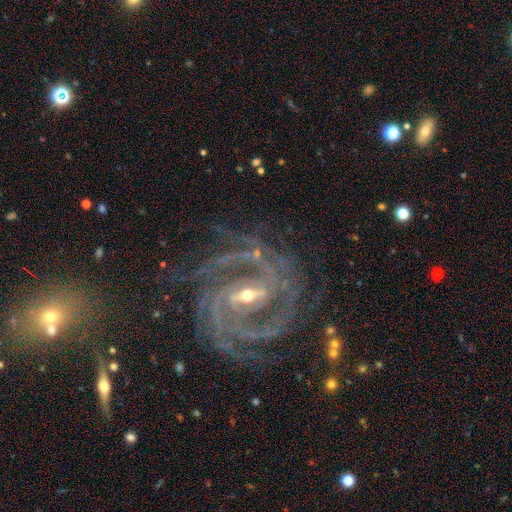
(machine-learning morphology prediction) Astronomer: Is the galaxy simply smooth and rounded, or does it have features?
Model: featured or disk — 92%.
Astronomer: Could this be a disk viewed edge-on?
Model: no — 97%.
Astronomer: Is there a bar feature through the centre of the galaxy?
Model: strong — 60%.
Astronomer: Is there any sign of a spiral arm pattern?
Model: yes — 99%.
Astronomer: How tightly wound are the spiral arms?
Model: tight — 61%.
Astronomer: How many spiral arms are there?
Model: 3 — 27% (runner-up: 2, 23%).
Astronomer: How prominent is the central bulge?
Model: small — 63%.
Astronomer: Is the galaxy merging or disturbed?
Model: none — 72%.